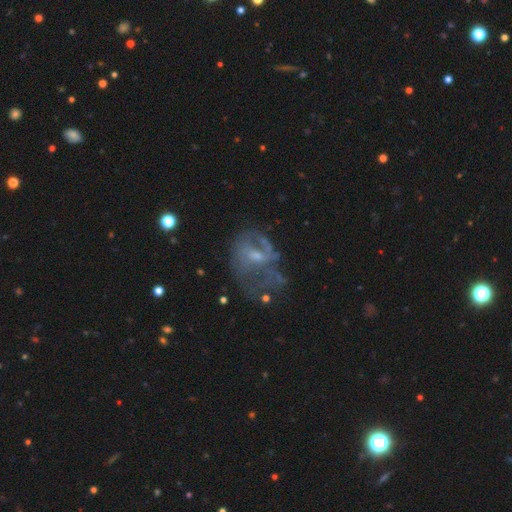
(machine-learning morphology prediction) featured or disk 63%, smooth 23%, star or artifact 15%. Down the decision tree: edge-on disk — no (97%); bar — no (61%); spiral arms — no (60%); bulge size — small (51%); merging — major disturbance (43%).